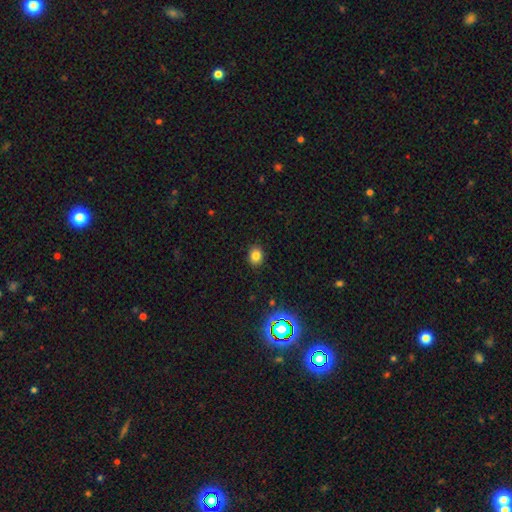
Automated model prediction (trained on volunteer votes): A smooth galaxy with no disk features (79%) that is round (55%).

Vote fractions:
- Smooth or featured? smooth: 79% / star or artifact: 15% / featured or disk: 6%
- How rounded? round: 55% / in between: 44% / cigar-shaped: 1%
- Merging? none: 89% / minor disturbance: 8% / major disturbance: 2% / merger: 1%